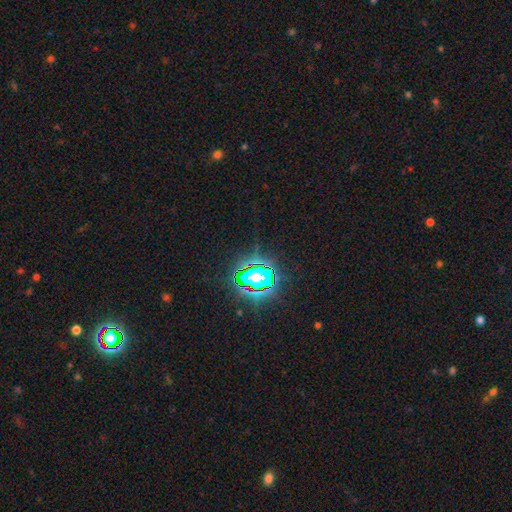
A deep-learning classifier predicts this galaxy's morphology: Smooth or featured? star or artifact (80%)